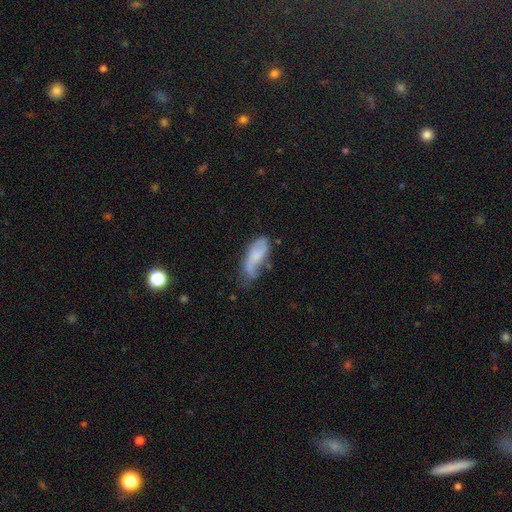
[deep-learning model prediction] smooth_or_featured: smooth (p=0.48) [alt: featured or disk p=0.44]
merging: none (p=0.38) [alt: minor disturbance p=0.35]